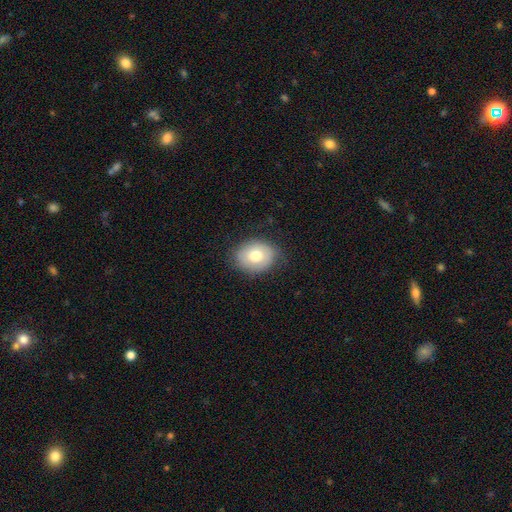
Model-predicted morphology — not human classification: Smooth or featured? Predicted: smooth (p=0.72). How rounded? Predicted: round (p=0.51). Merging? Predicted: none (p=0.78).